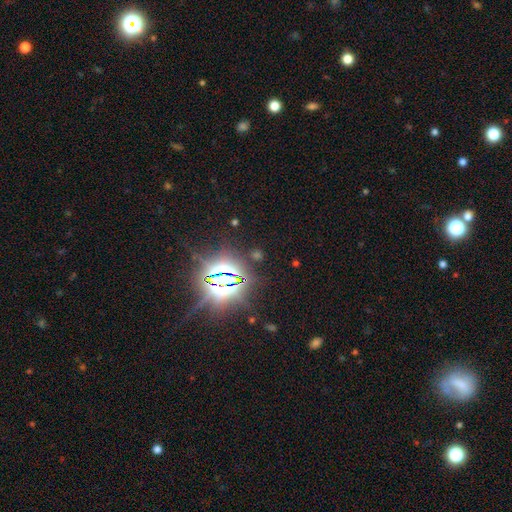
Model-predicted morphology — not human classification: Smooth or featured? star or artifact (82%)